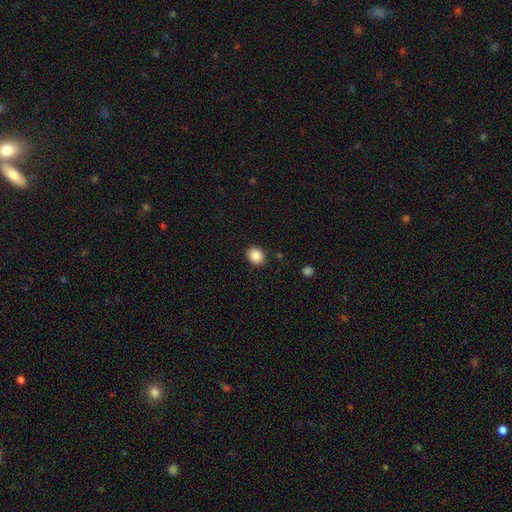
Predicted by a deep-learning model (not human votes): smooth 87%, star or artifact 9%, featured or disk 5%. Down the decision tree: how rounded — round (58%); merging — none (89%).